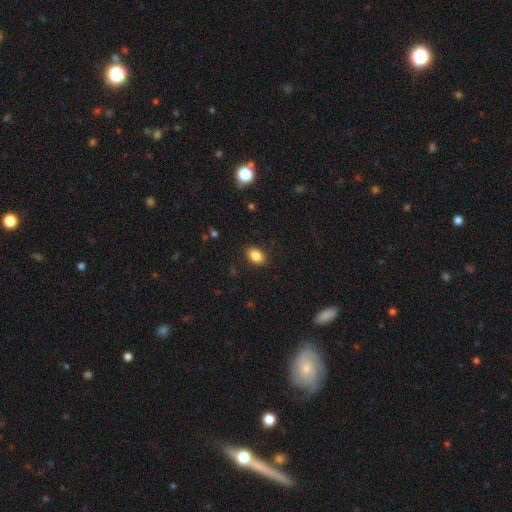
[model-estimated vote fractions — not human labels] Q: Smooth or featured?
A: smooth (87%); runner-up: star or artifact (9%)
Q: How rounded?
A: in between (85%); runner-up: round (14%)
Q: Merging?
A: none (88%); runner-up: minor disturbance (9%)